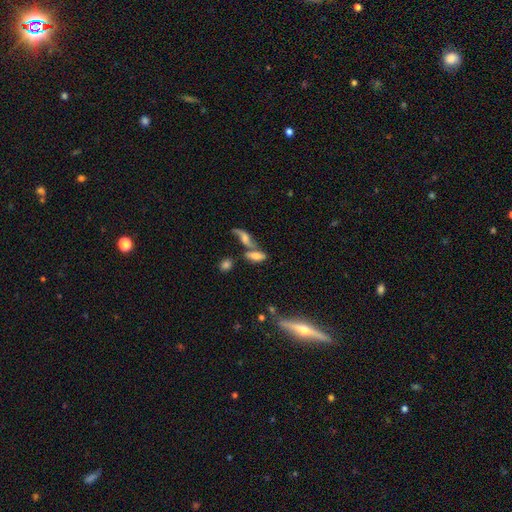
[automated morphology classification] smooth-or-featured: smooth: 59% | featured or disk: 30% | star or artifact: 11%
  how-rounded: in between: 70% | cigar-shaped: 25% | round: 5%
  merging: merger: 41% | none: 38% | minor disturbance: 13% | major disturbance: 8%